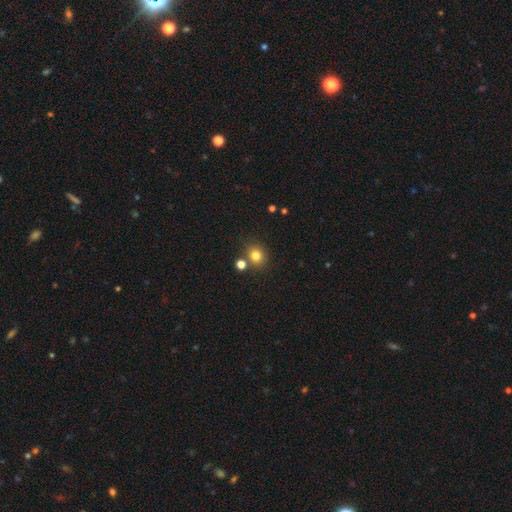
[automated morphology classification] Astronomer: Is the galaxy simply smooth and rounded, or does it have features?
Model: smooth — 81%.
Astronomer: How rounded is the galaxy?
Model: round — 79%.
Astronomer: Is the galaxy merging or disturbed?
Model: none — 75%.